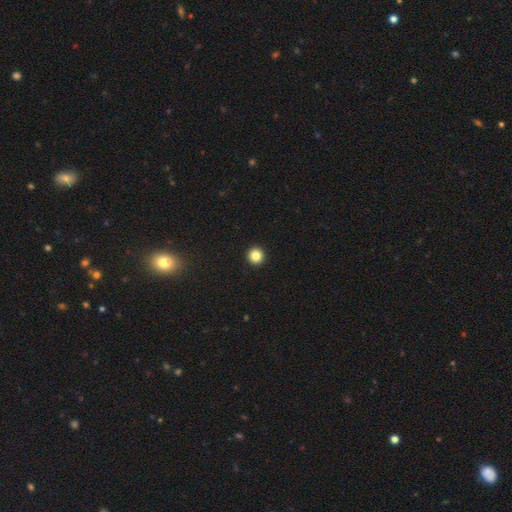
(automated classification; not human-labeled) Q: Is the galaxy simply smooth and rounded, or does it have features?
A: smooth — 85%.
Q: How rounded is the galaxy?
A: round — 95%.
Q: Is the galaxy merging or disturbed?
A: none — 94%.